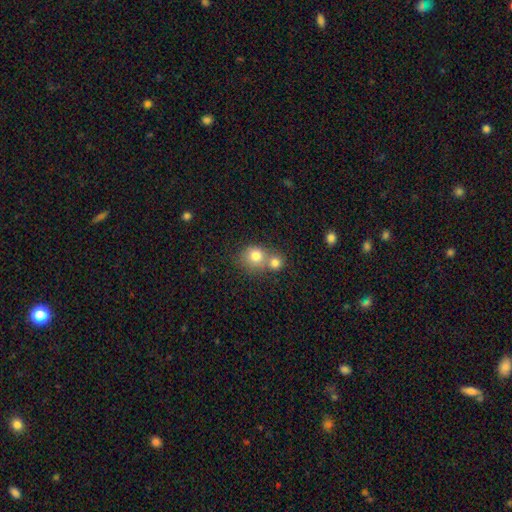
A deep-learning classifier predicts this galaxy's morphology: Overall: smooth (78%). How rounded: round (82%). Merging: merger (51%; none 39%).